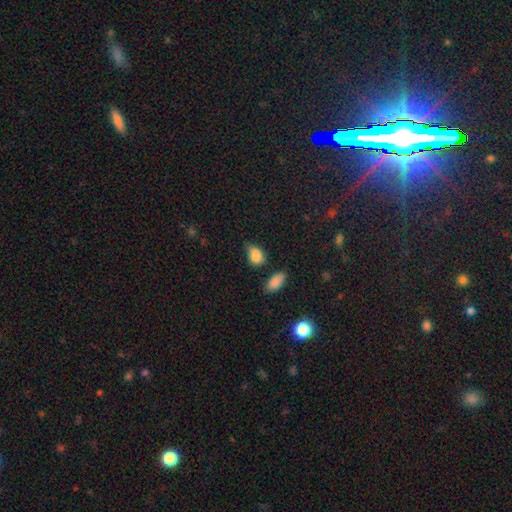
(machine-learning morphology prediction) Overall: smooth (84%). How rounded: in between (71%). Merging: none (42%; minor disturbance 37%).